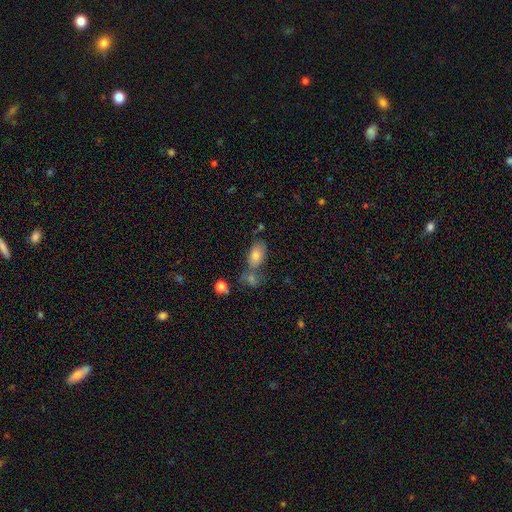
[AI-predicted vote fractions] This is likely a smooth galaxy (76%). How rounded: clearly in between (90%). Merging: possibly none (54%).